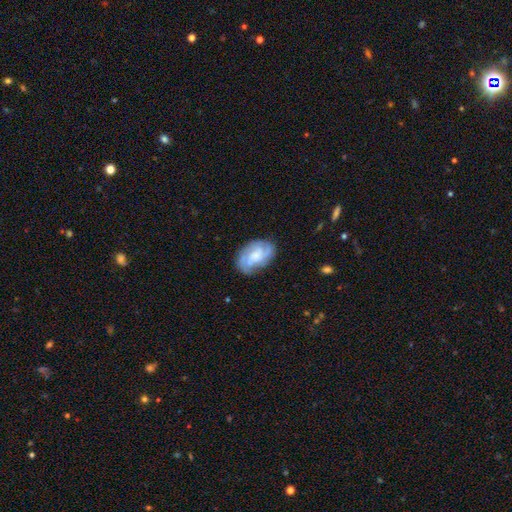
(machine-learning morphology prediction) Q: Smooth or featured?
A: featured or disk (71%); runner-up: smooth (23%)
Q: Edge-on disk?
A: no (97%); runner-up: yes (3%)
Q: Bar?
A: no (61%); runner-up: weak (33%)
Q: Spiral arms?
A: yes (91%); runner-up: no (9%)
Q: Spiral winding?
A: tight (47%); runner-up: medium (40%)
Q: Spiral arm count?
A: 2 (37%); runner-up: can't tell (25%)
Q: Bulge size?
A: moderate (29%); tied with: small (29%)
Q: Merging?
A: none (74%); runner-up: minor disturbance (18%)